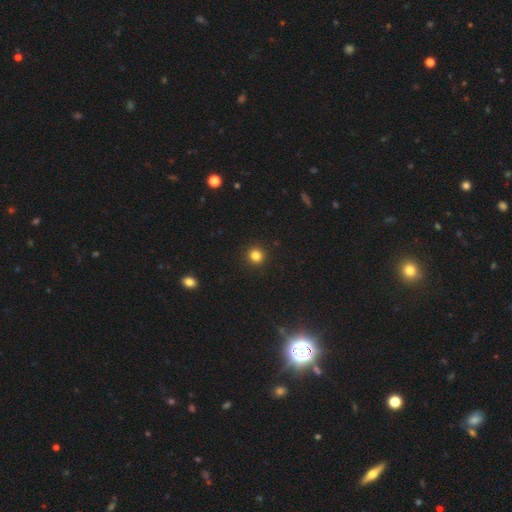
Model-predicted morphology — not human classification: smooth_or_featured: smooth (p=0.83) [alt: star or artifact p=0.13]
how_rounded: round (p=0.92) [alt: in between p=0.07]
merging: none (p=0.93) [alt: minor disturbance p=0.04]